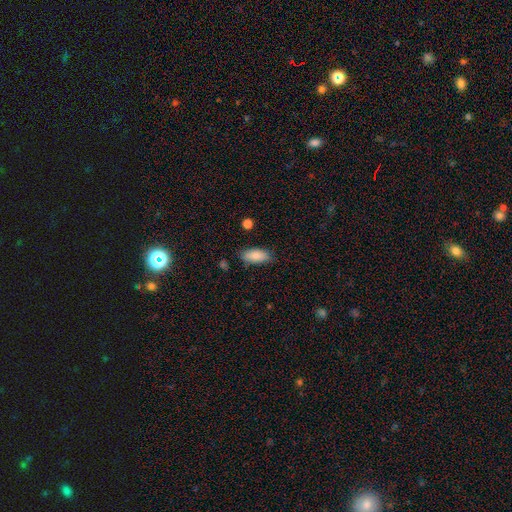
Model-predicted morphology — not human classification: Overall: smooth (86%). How rounded: in between (86%). Merging: none (81%).